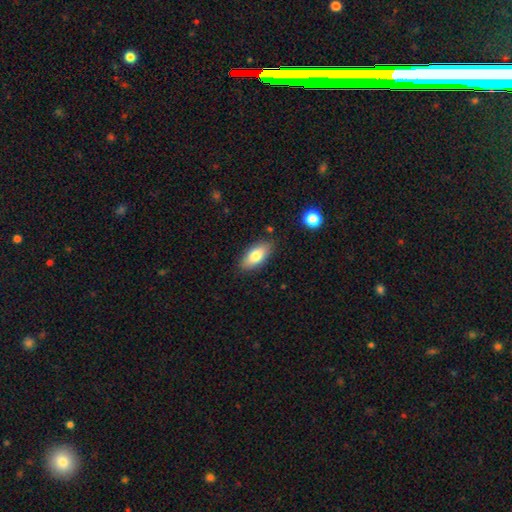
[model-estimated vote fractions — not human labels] smooth 77%, featured or disk 16%, star or artifact 7%. Down the decision tree: how rounded — in between (86%); merging — none (84%).